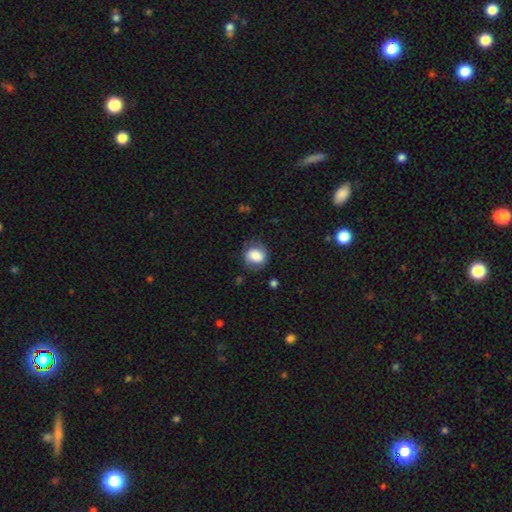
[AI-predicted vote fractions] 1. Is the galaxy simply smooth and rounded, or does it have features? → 69% smooth, 22% featured or disk, 9% star or artifact.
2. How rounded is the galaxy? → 66% round, 33% in between, 1% cigar-shaped.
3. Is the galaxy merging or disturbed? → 69% none, 21% minor disturbance, 8% major disturbance, 2% merger.